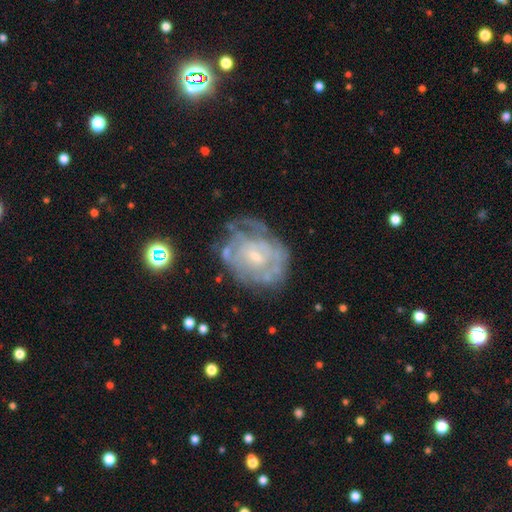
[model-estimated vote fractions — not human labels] Morphology: type=featured or disk (76%); edge-on=no (97%); bar=no (62%); spiral arms=yes (69%); winding=tight (64%); arm count=can't tell (61%); bulge=small (66%); merging=none (53%).